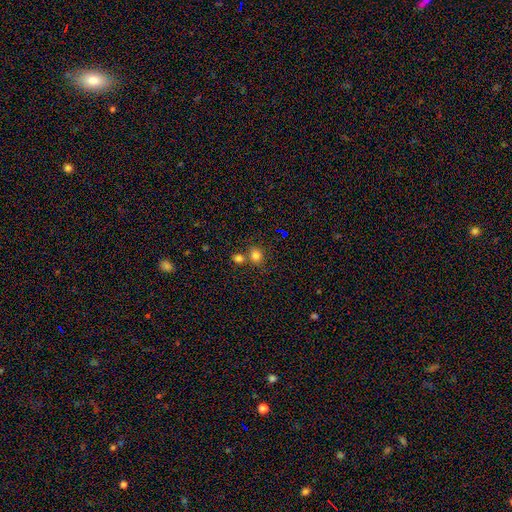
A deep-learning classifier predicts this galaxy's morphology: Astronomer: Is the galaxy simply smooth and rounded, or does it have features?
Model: smooth — 80%.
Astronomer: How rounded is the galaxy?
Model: round — 73%.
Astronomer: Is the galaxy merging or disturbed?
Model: none — 60%.